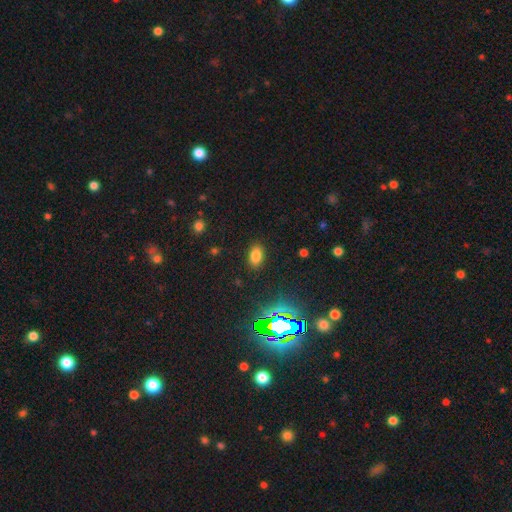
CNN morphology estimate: Smooth or featured? Predicted: smooth (p=0.77). How rounded? Predicted: in between (p=0.88). Merging? Predicted: none (p=0.88).